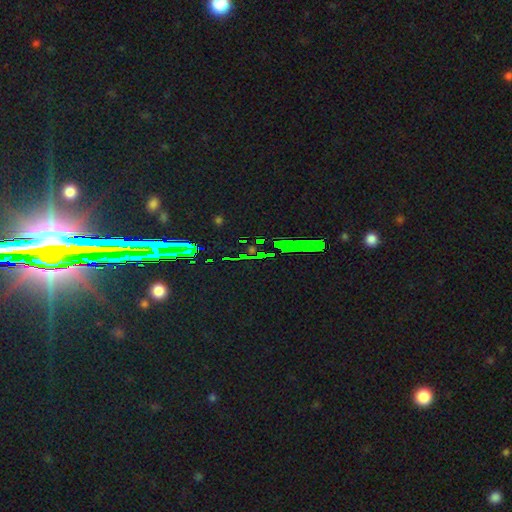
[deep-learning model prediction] Morphology: type=star or artifact (78%).